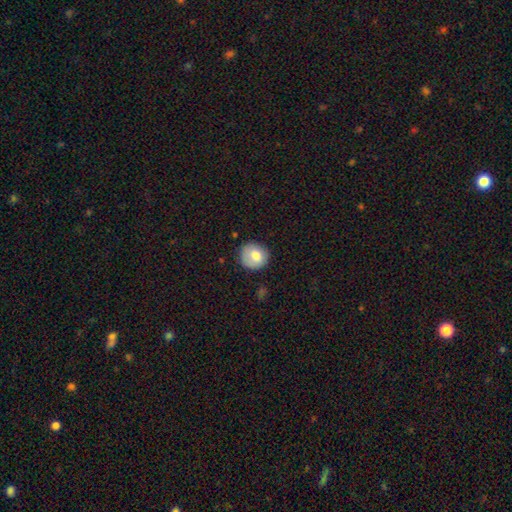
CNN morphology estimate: Q: Smooth or featured?
A: smooth (77%); runner-up: featured or disk (15%)
Q: How rounded?
A: round (90%); runner-up: in between (9%)
Q: Merging?
A: none (80%); runner-up: minor disturbance (15%)